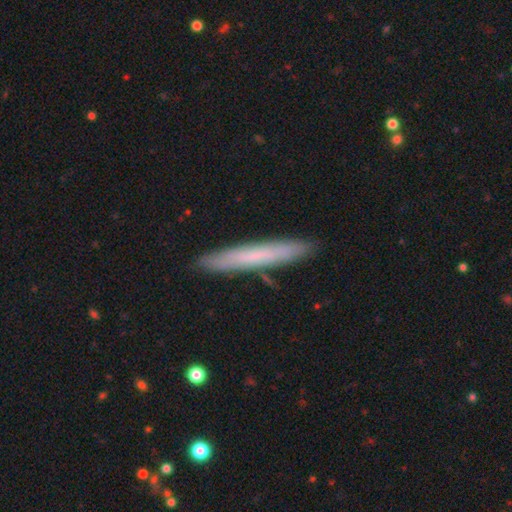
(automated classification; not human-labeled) Smooth or featured? smooth (59%)
How rounded? cigar-shaped (96%)
Merging? none (89%)